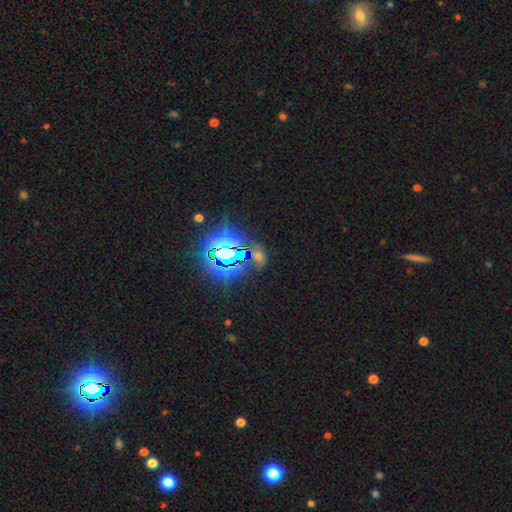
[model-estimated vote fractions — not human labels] This is likely a star or artifact rather than a galaxy (79%).